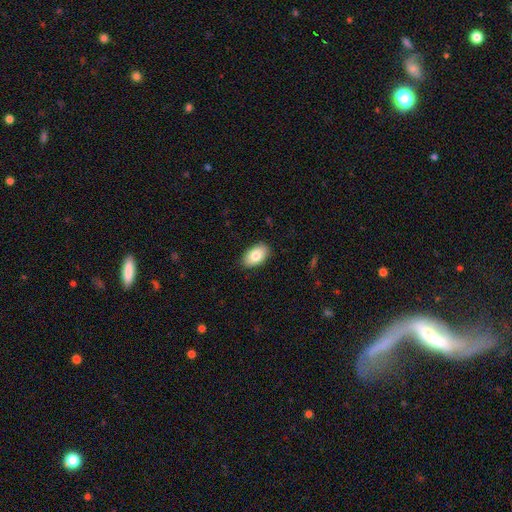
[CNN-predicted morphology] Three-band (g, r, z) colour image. It shows a smooth galaxy with no disk features (81%) that is in between round and cigar-shaped (93%). Merging: none (87%).